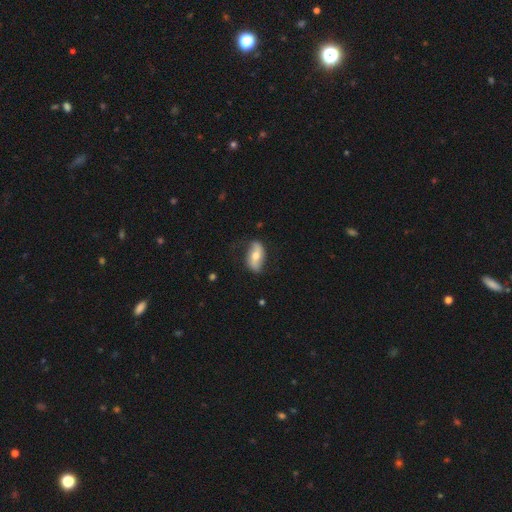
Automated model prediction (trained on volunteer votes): Overall: featured or disk (51%; smooth 43%). Edge-on disk: no (84%). Merging: none (73%).